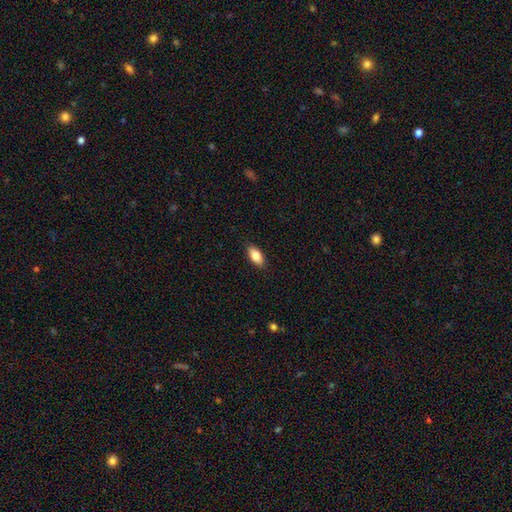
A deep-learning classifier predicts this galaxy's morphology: A smooth galaxy with no disk features (82%) that is in between round and cigar-shaped (89%).

Vote fractions:
- Smooth or featured? smooth: 82% / featured or disk: 11% / star or artifact: 7%
- How rounded? in between: 89% / cigar-shaped: 8% / round: 3%
- Merging? none: 89% / minor disturbance: 8% / major disturbance: 2% / merger: 1%